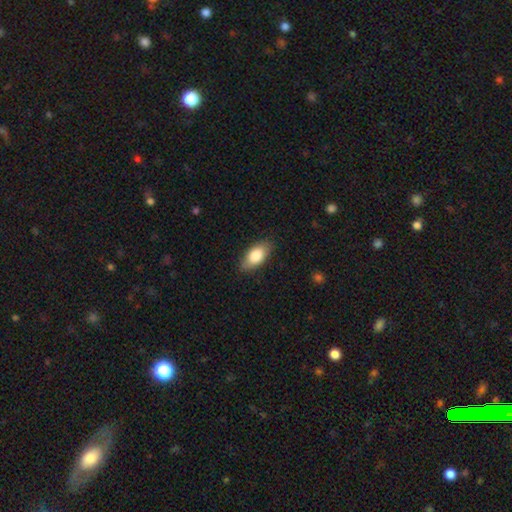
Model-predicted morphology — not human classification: This appears to be a smooth galaxy with no disk features (80%) that is in between round and cigar-shaped (90%). Merging: none (84%).